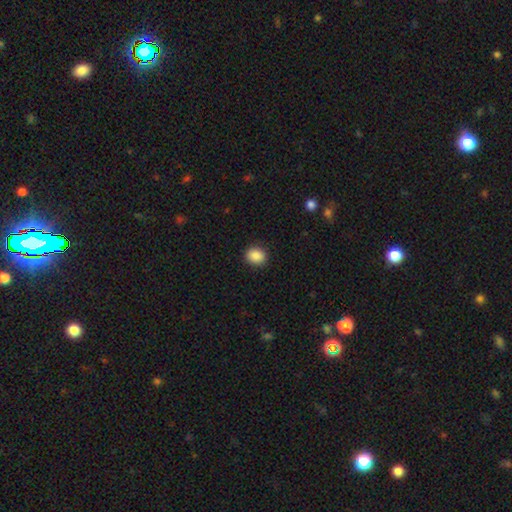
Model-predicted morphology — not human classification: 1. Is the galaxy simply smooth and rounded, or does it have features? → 88% smooth, 9% star or artifact, 4% featured or disk.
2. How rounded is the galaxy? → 60% round, 39% in between, 1% cigar-shaped.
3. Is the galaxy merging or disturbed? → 90% none, 7% minor disturbance, 2% major disturbance, 1% merger.